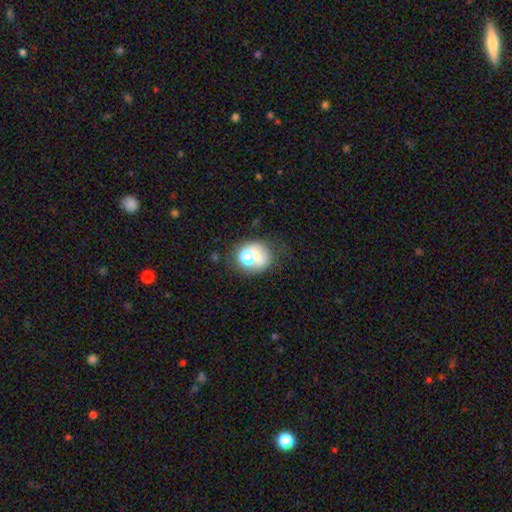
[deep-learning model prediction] smooth 57%, featured or disk 27%, star or artifact 16%. Down the decision tree: how rounded — round (69%); merging — none (41%).